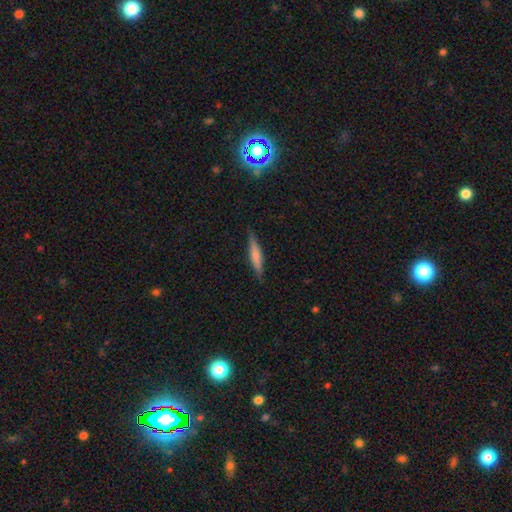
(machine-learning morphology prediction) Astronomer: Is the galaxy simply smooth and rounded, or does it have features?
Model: smooth — 58% (runner-up: featured or disk, 36%).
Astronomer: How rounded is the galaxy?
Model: cigar-shaped — 89%.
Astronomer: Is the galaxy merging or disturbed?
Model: none — 87%.